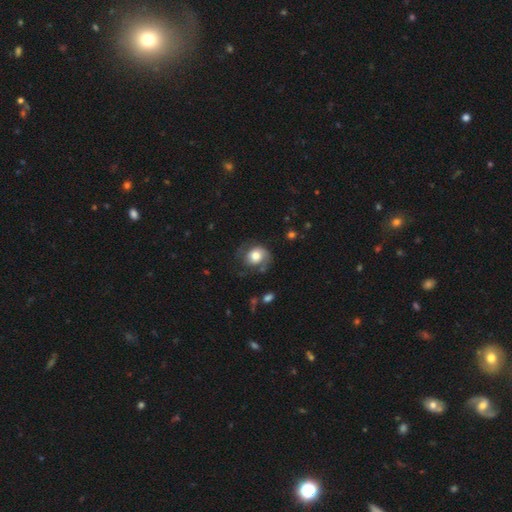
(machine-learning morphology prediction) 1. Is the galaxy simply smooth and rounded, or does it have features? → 51% smooth, 41% featured or disk, 8% star or artifact.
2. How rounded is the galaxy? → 64% round, 35% in between, 1% cigar-shaped.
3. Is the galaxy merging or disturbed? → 54% none, 23% minor disturbance, 20% major disturbance, 2% merger.